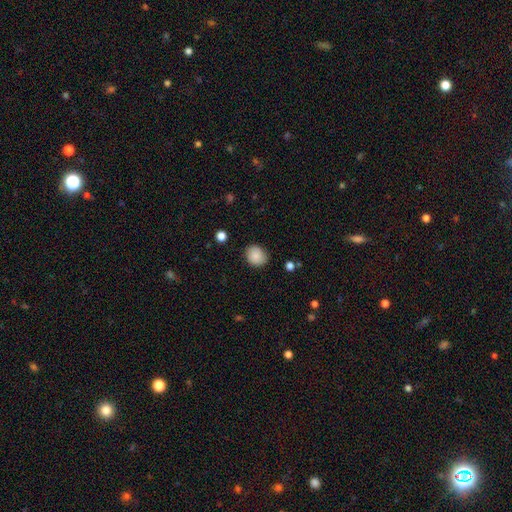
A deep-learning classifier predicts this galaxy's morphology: smooth-or-featured: smooth: 86% | star or artifact: 8% | featured or disk: 6%
  how-rounded: round: 66% | in between: 33% | cigar-shaped: 1%
  merging: none: 82% | minor disturbance: 14% | major disturbance: 3% | merger: 1%